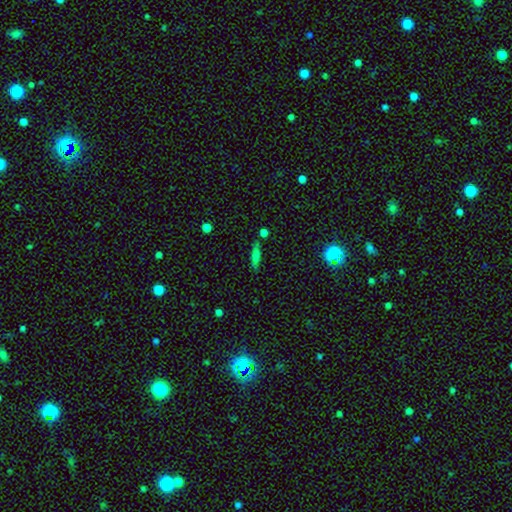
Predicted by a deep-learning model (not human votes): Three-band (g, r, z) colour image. It shows a smooth galaxy with no disk features (66%) that is cigar-shaped (72%). Merging: none (77%).